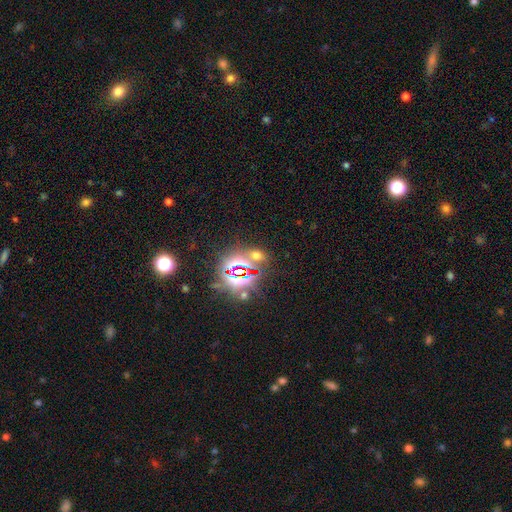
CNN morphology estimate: Smooth or featured: star or artifact — 61% (smooth — 31%)